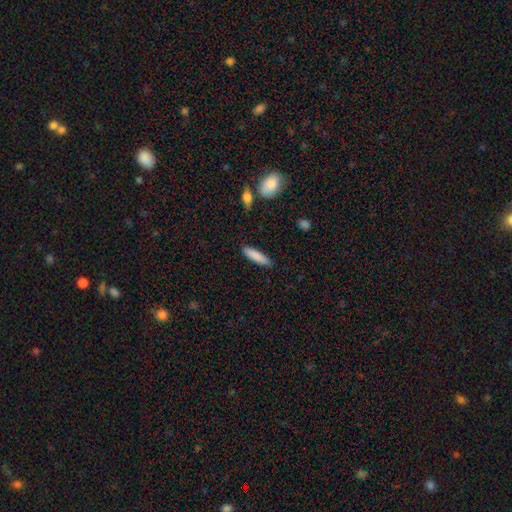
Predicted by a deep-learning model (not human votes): This appears to be a smooth galaxy with no disk features (84%) that is cigar-shaped (76%). Merging: none (87%).